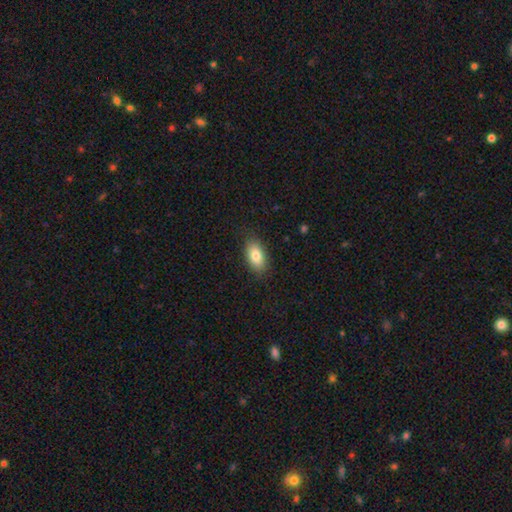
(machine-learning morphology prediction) Overall: smooth (82%). How rounded: in between (91%). Merging: none (85%).